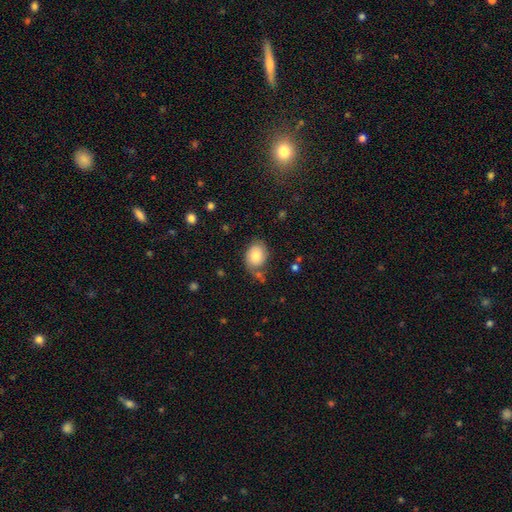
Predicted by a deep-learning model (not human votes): Morphology: type=smooth (75%); roundness=in between (67%); merging=none (63%).